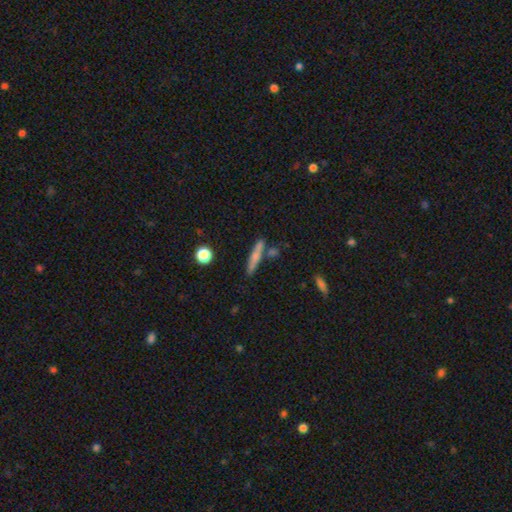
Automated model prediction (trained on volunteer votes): Smooth or featured? Predicted: smooth (p=0.67). How rounded? Predicted: cigar-shaped (p=0.88). Merging? Predicted: none (p=0.74).